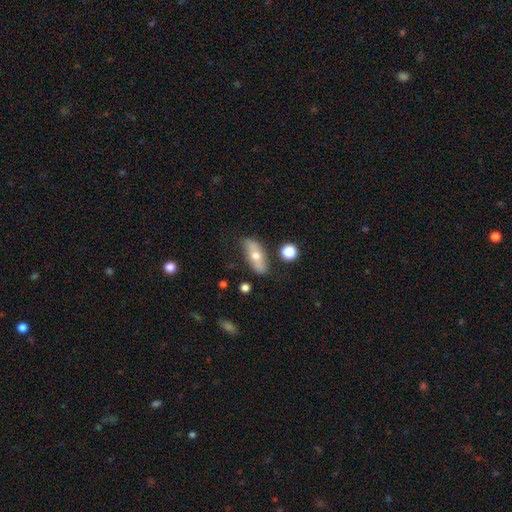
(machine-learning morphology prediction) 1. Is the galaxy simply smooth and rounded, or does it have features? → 57% smooth, 35% featured or disk, 7% star or artifact.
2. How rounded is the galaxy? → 75% in between, 20% cigar-shaped, 5% round.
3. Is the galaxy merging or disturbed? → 75% none, 16% minor disturbance, 4% merger, 4% major disturbance.